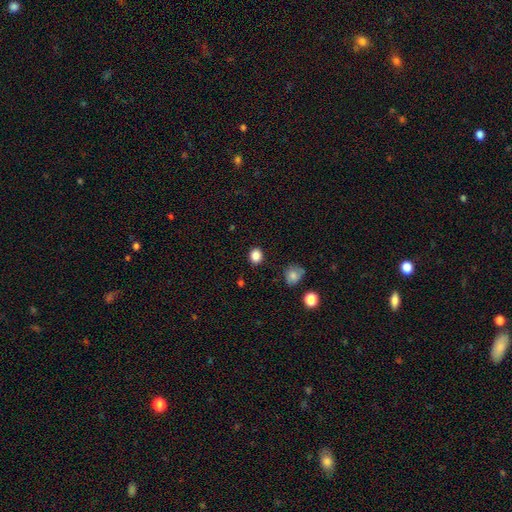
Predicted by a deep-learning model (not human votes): This appears to be a smooth galaxy with no disk features (86%) that is round (64%). Merging: none (87%).